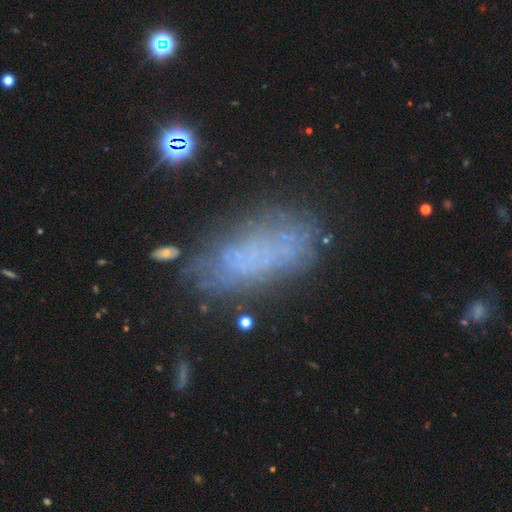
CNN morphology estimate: A smooth galaxy with no disk features (50%) that is in between round and cigar-shaped (86%). Merging: none (58%).